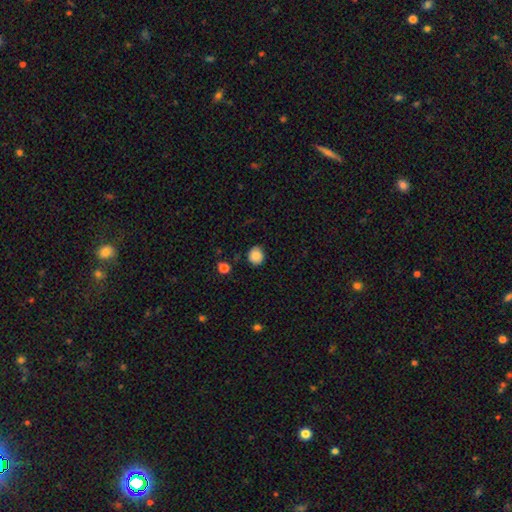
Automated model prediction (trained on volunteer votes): smooth 85%, star or artifact 9%, featured or disk 5%. Down the decision tree: how rounded — round (79%); merging — none (82%).